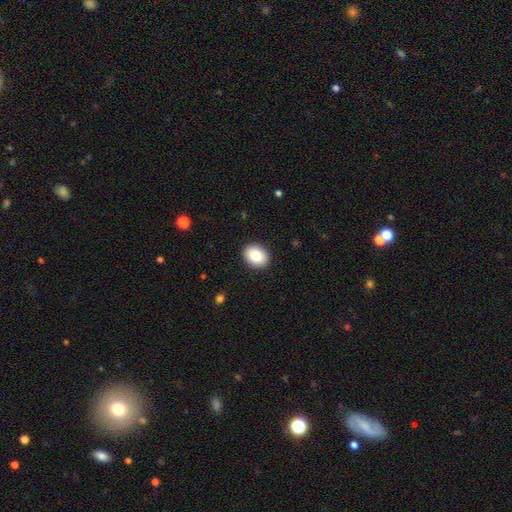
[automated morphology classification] type=smooth (82%); roundness=in between (57%); merging=none (91%).